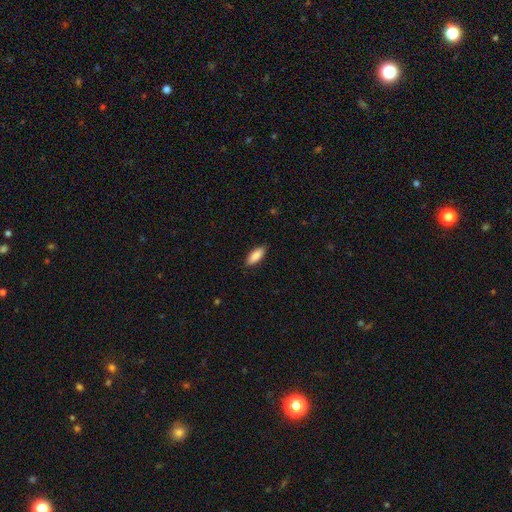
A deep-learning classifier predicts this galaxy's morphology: smooth 86%, featured or disk 9%, star or artifact 6%. Down the decision tree: how rounded — in between (74%); merging — none (87%).